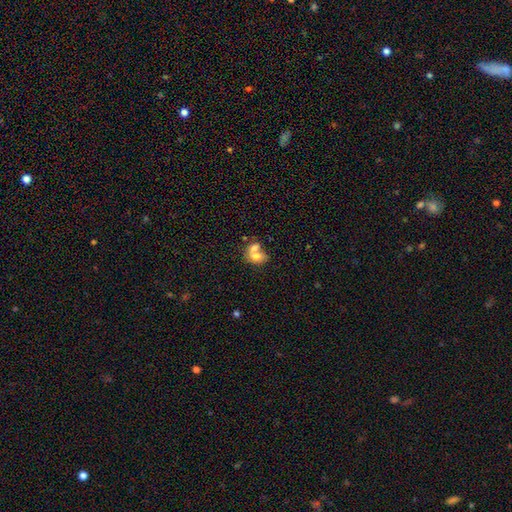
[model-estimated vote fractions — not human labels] Smooth or featured?
  - smooth: 69% *
  - featured or disk: 23%
  - star or artifact: 9%
How rounded?
  - in between: 59% *
  - round: 39%
  - cigar-shaped: 1%
Merging?
  - merger: 70% *
  - none: 18%
  - minor disturbance: 7%
  - major disturbance: 5%